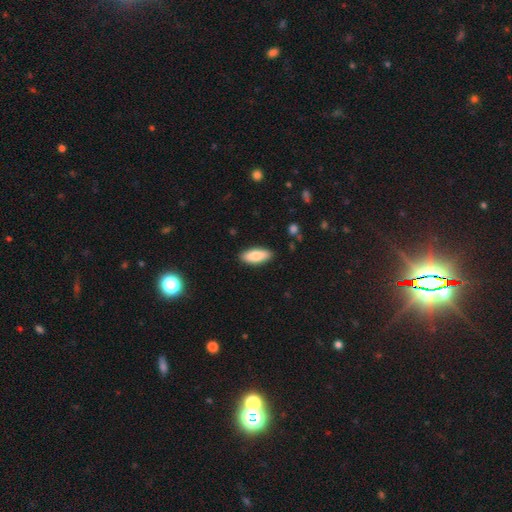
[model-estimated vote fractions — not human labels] smooth_or_featured: smooth (p=0.84) [alt: featured or disk p=0.10]
how_rounded: in between (p=0.78) [alt: cigar-shaped p=0.21]
merging: none (p=0.88) [alt: minor disturbance p=0.09]